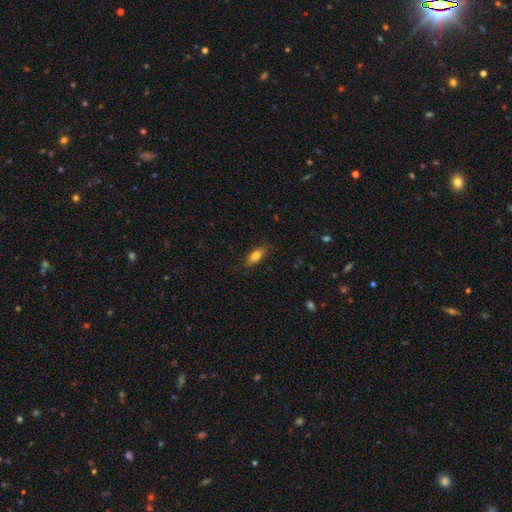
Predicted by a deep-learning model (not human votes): A smooth galaxy with no disk features (79%) that is in between round and cigar-shaped (76%). Merging: none (84%).